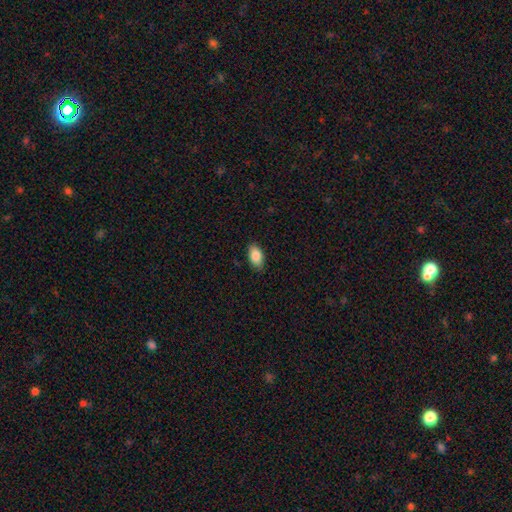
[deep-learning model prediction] Smooth or featured?
  - smooth: 87% *
  - star or artifact: 7%
  - featured or disk: 6%
How rounded?
  - in between: 93% *
  - round: 4%
  - cigar-shaped: 3%
Merging?
  - none: 86% *
  - minor disturbance: 11%
  - major disturbance: 2%
  - merger: 1%